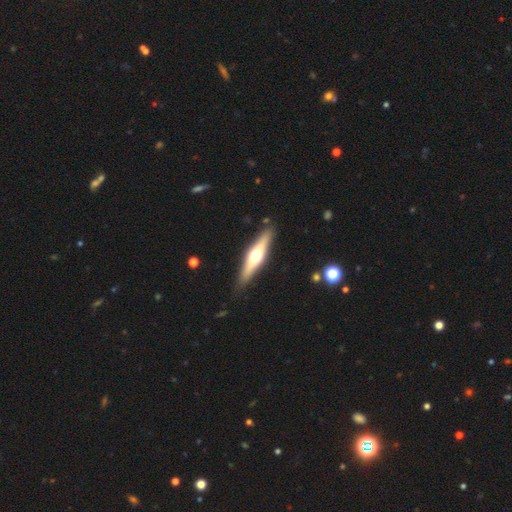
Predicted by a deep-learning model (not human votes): Morphology: type=featured or disk (63%); edge-on=yes (94%); edge-on bulge=rounded (95%); merging=none (88%).